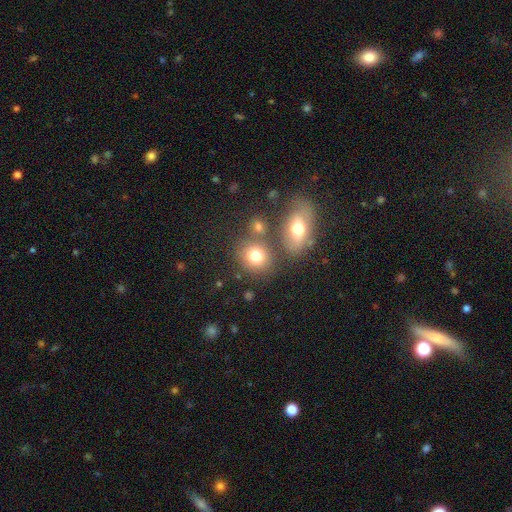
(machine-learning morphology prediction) A smooth galaxy with no disk features (76%) that is round (72%). Merging: none (64%).